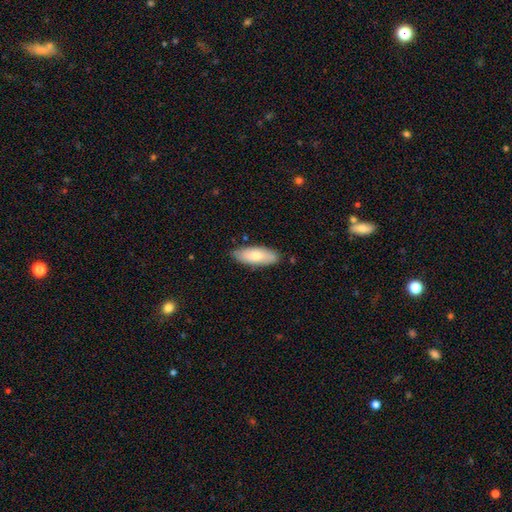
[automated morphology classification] A smooth galaxy with no disk features (76%) that is in between round and cigar-shaped (74%).

Vote fractions:
- Smooth or featured? smooth: 76% / featured or disk: 19% / star or artifact: 6%
- How rounded? in between: 74% / cigar-shaped: 24% / round: 2%
- Merging? none: 83% / minor disturbance: 13% / major disturbance: 2% / merger: 2%